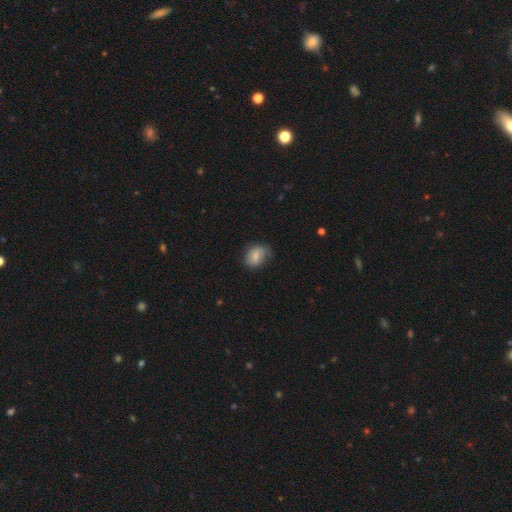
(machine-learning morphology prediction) This is likely a smooth galaxy (72%). How rounded: likely in between (62%). Merging: possibly none (57%).